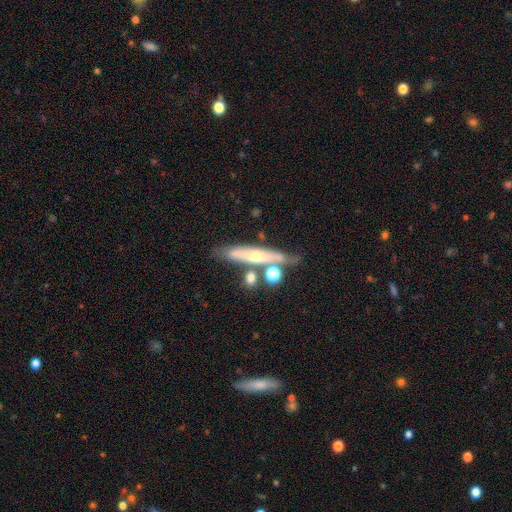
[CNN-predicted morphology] The model was most divided on "smooth or featured": featured or disk: 53%, smooth: 39%, star or artifact: 9%. More confident: edge-on disk — yes (72%); merging — none (58%).